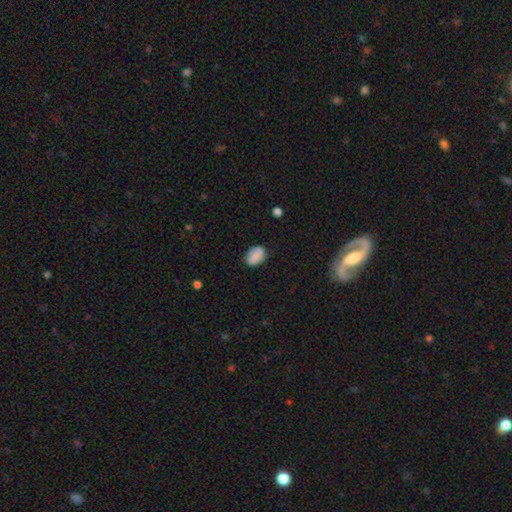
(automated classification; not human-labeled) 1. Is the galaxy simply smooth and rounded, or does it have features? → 76% smooth, 15% featured or disk, 9% star or artifact.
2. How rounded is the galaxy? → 79% in between, 20% round, 1% cigar-shaped.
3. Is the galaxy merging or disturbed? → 78% none, 17% minor disturbance, 4% major disturbance, 2% merger.